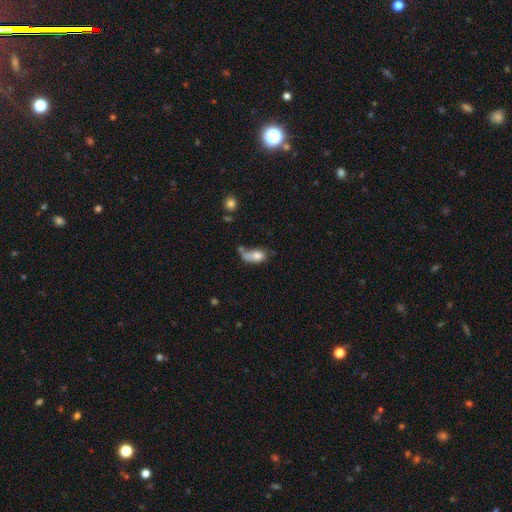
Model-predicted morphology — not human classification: This is likely a smooth galaxy (73%). How rounded: clearly in between (81%). Merging: marginally merger (27%).